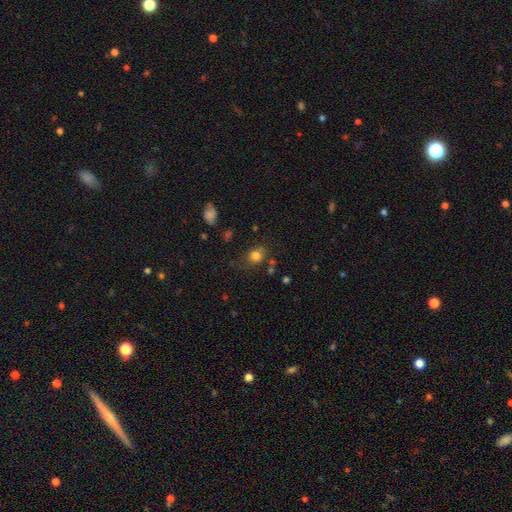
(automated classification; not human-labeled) Q: Smooth or featured?
A: smooth (79%); runner-up: star or artifact (13%)
Q: How rounded?
A: round (66%); runner-up: in between (33%)
Q: Merging?
A: none (69%); runner-up: minor disturbance (19%)